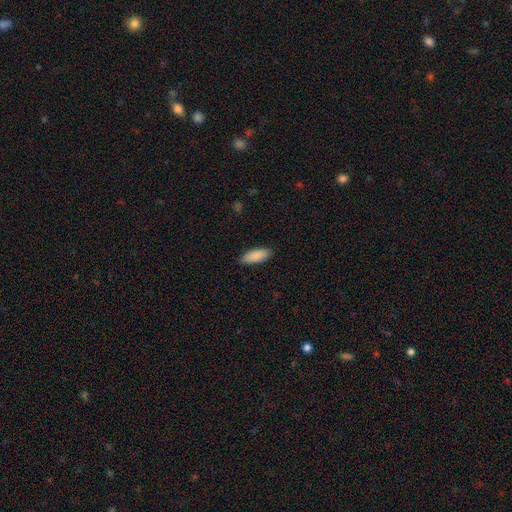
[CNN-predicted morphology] smooth-or-featured: smooth: 89% | star or artifact: 6% | featured or disk: 5%
  how-rounded: in between: 75% | cigar-shaped: 24% | round: 2%
  merging: none: 88% | minor disturbance: 9% | major disturbance: 2% | merger: 1%